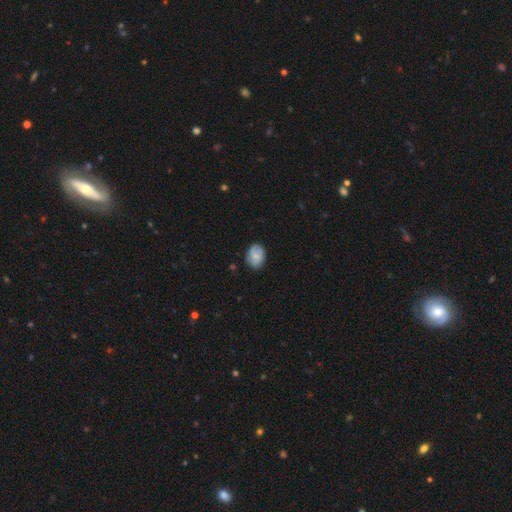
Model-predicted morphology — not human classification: Smooth or featured: smooth — 69% (featured or disk — 24%)
How rounded: in between — 66% (round — 33%)
Merging: none — 77% (minor disturbance — 18%)